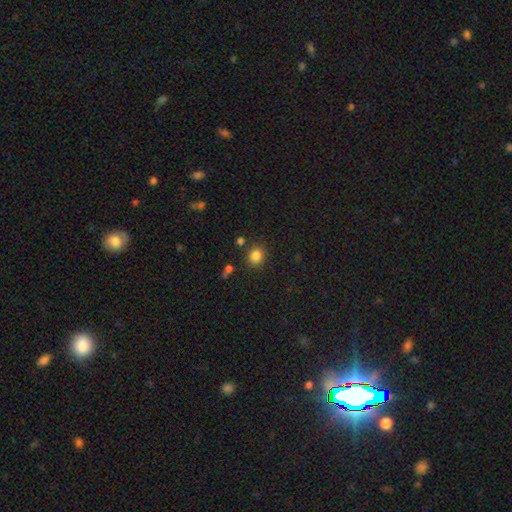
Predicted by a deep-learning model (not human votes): Smooth or featured? Predicted: smooth (p=0.83). How rounded? Predicted: round (p=0.77). Merging? Predicted: none (p=0.83).